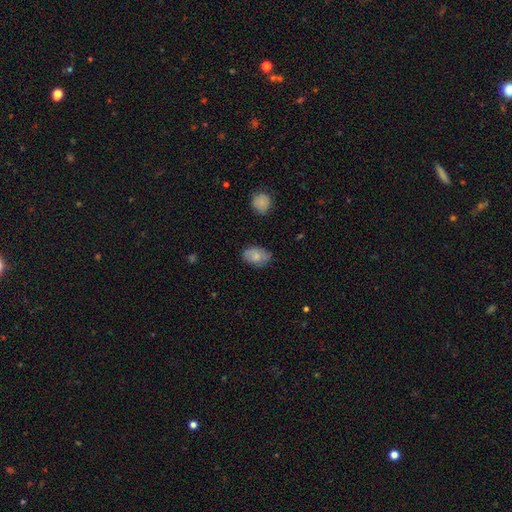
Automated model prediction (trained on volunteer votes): A smooth galaxy with no disk features (79%) that is in between round and cigar-shaped (87%). Merging: none (77%).